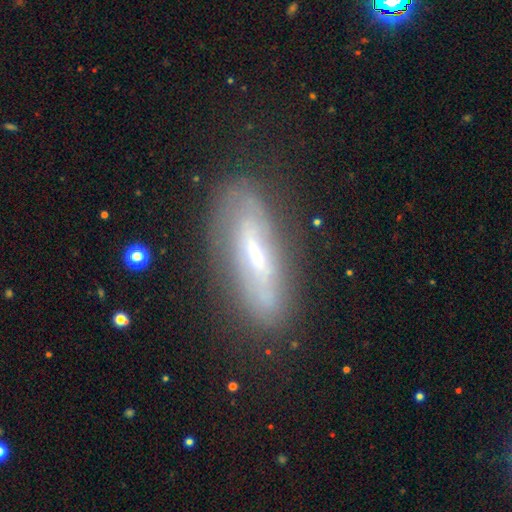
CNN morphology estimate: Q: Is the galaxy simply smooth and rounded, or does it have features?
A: featured or disk — 64%.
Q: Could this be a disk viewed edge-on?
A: no — 56%.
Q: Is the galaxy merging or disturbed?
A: none — 75%.